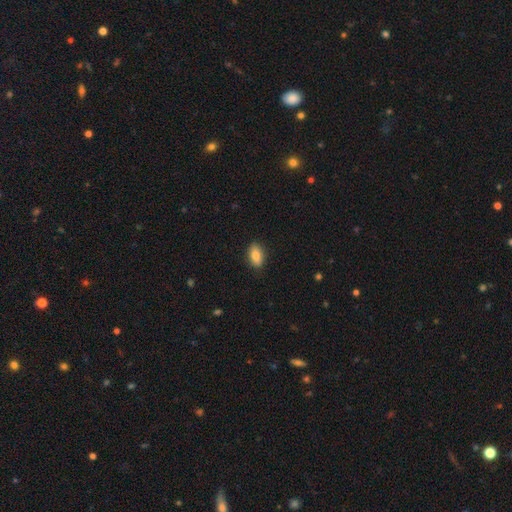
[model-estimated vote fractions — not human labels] Smooth or featured?
  - smooth: 83% *
  - featured or disk: 10%
  - star or artifact: 7%
How rounded?
  - in between: 89% *
  - round: 6%
  - cigar-shaped: 5%
Merging?
  - none: 87% *
  - minor disturbance: 10%
  - major disturbance: 2%
  - merger: 1%